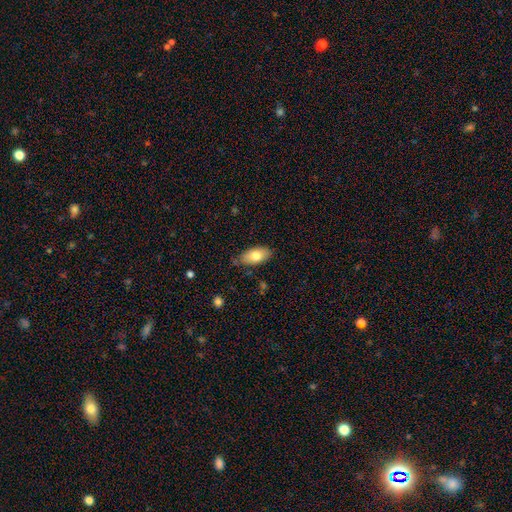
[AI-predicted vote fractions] The model was most divided on "smooth or featured": smooth: 77%, featured or disk: 16%, star or artifact: 7%. More confident: how rounded — in between (92%); merging — none (78%).